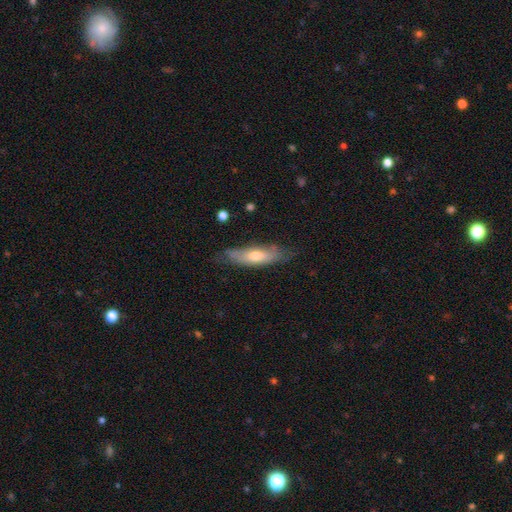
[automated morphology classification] A smooth galaxy with no disk features (54%) that is cigar-shaped (50%).

Vote fractions:
- Smooth or featured? smooth: 54% / featured or disk: 39% / star or artifact: 6%
- How rounded? cigar-shaped: 50% / in between: 48% / round: 2%
- Merging? none: 62% / minor disturbance: 28% / major disturbance: 8% / merger: 2%